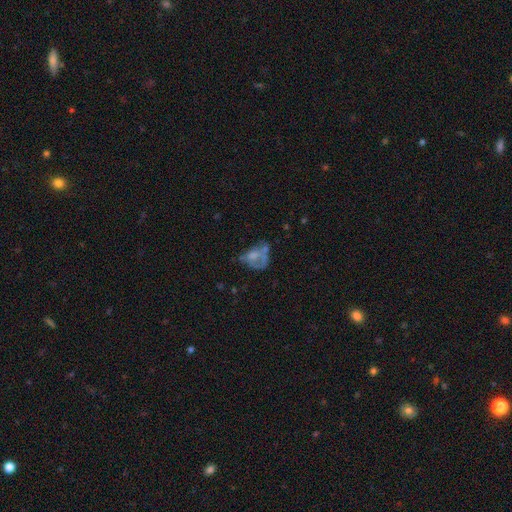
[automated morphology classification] type=featured or disk (45%); merging=major disturbance (36%).